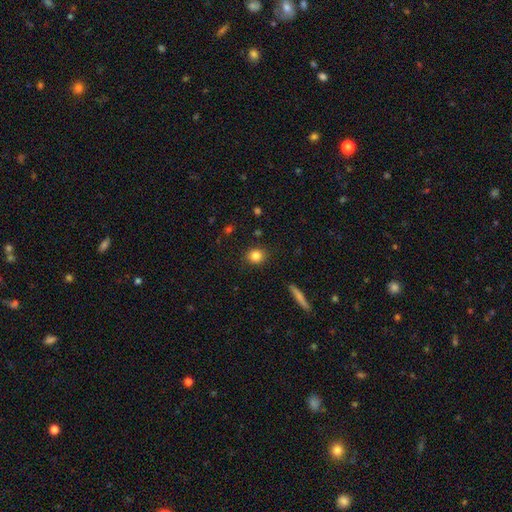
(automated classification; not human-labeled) Q: Smooth or featured?
A: smooth (84%); runner-up: star or artifact (10%)
Q: How rounded?
A: round (81%); runner-up: in between (17%)
Q: Merging?
A: none (89%); runner-up: minor disturbance (8%)